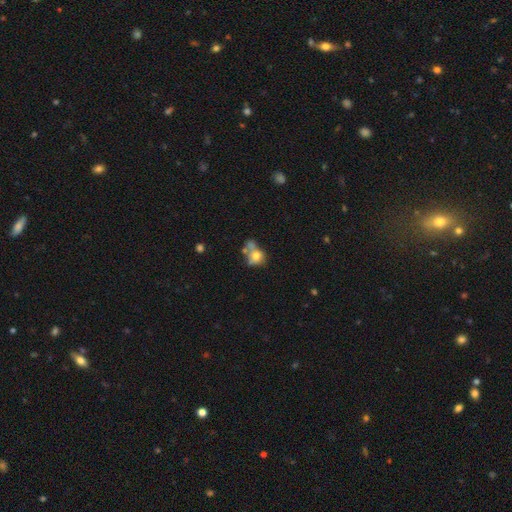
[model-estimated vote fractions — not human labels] A smooth galaxy with no disk features (65%) that is round (59%). Merging: merger (44%).